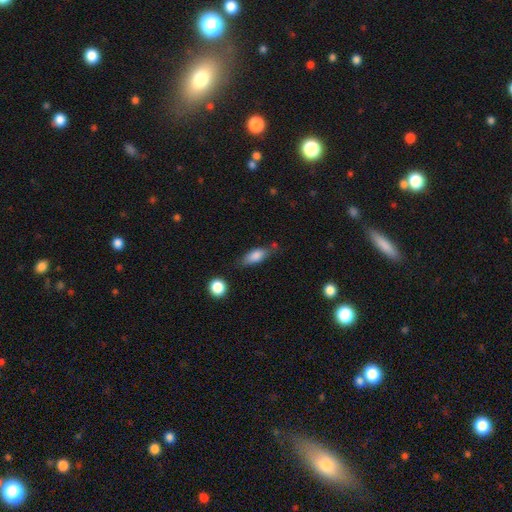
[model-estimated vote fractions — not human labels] Morphology: type=smooth (78%); roundness=in between (74%); merging=none (61%).